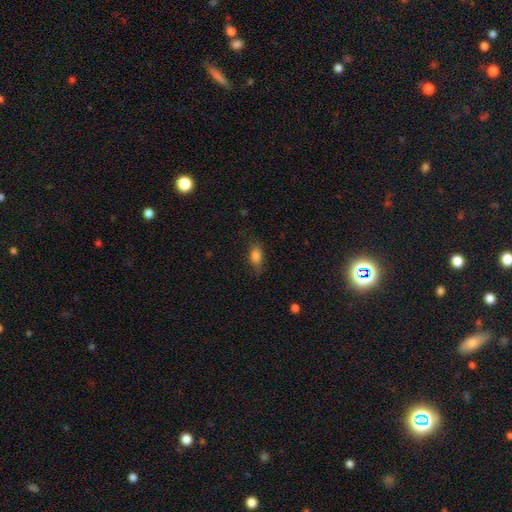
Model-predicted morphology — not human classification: Q: Smooth or featured?
A: smooth (82%); runner-up: star or artifact (9%)
Q: How rounded?
A: in between (83%); runner-up: cigar-shaped (9%)
Q: Merging?
A: none (75%); runner-up: minor disturbance (18%)